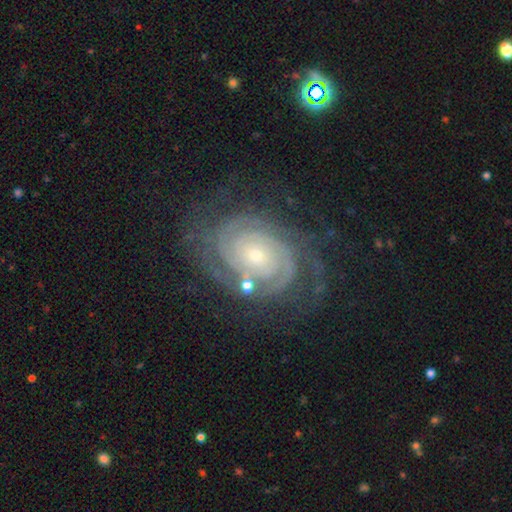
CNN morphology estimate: Q: Smooth or featured?
A: featured or disk (91%); runner-up: star or artifact (5%)
Q: Edge-on disk?
A: no (97%); runner-up: yes (3%)
Q: Bar?
A: no (75%); runner-up: weak (17%)
Q: Spiral arms?
A: yes (98%); runner-up: no (2%)
Q: Spiral winding?
A: tight (84%); runner-up: medium (13%)
Q: Spiral arm count?
A: 2 (38%); runner-up: 3 (19%)
Q: Bulge size?
A: small (70%); runner-up: moderate (26%)
Q: Merging?
A: none (75%); runner-up: minor disturbance (15%)